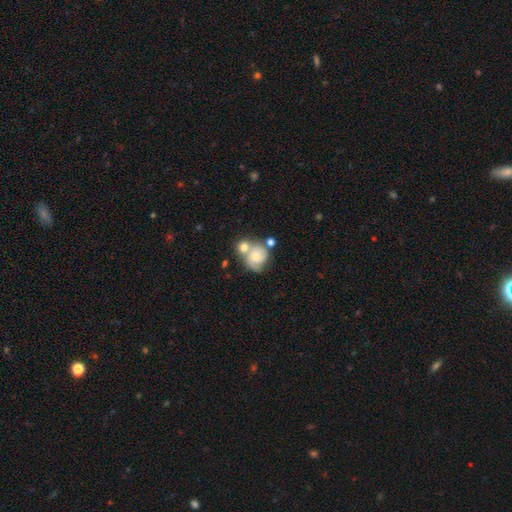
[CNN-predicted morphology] This is possibly a smooth galaxy (49%). Merging: possibly merger (45%).